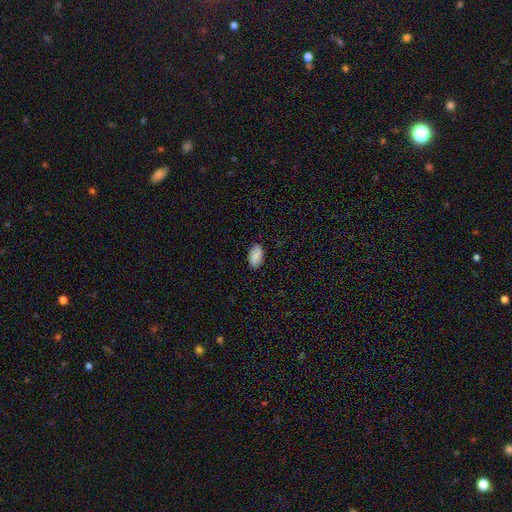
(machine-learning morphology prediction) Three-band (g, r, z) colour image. It shows a smooth galaxy with no disk features (87%) that is in between round and cigar-shaped (94%). Merging: none (87%).